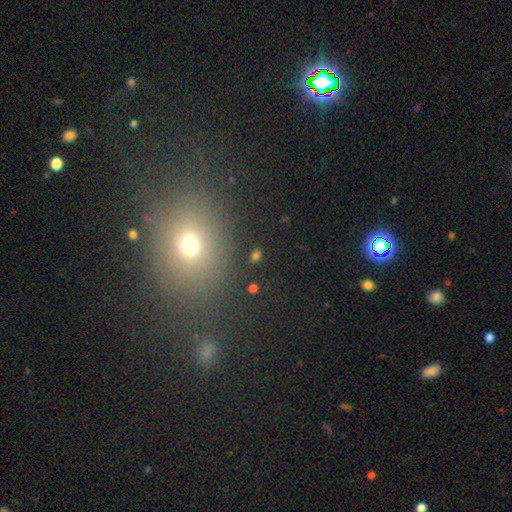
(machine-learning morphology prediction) This is possibly a smooth galaxy (58%). How rounded: possibly round (60%). Merging: clearly none (84%).